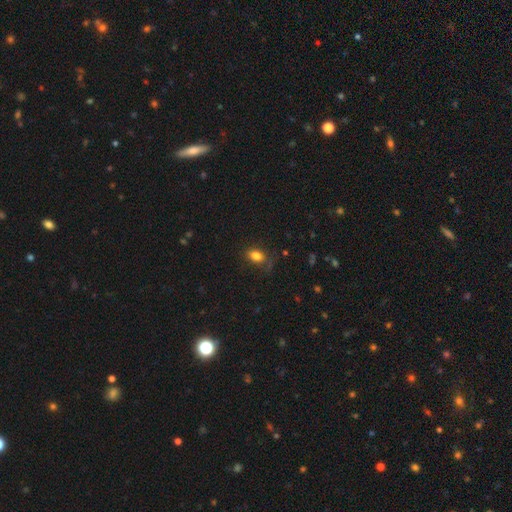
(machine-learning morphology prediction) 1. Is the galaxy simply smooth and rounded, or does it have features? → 82% smooth, 11% star or artifact, 8% featured or disk.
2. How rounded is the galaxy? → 81% in between, 17% round, 3% cigar-shaped.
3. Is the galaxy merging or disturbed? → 72% none, 19% minor disturbance, 7% major disturbance, 2% merger.